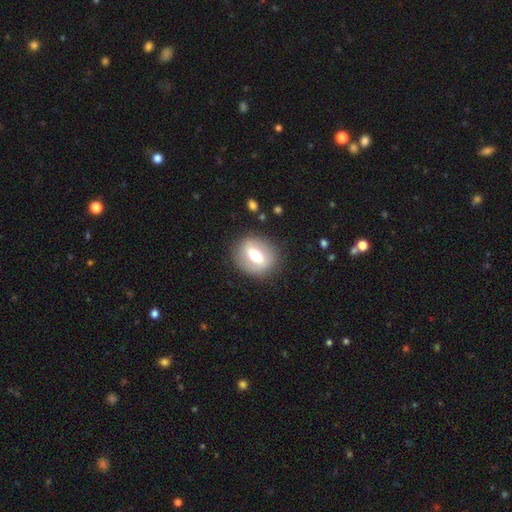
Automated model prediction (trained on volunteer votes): smooth-or-featured: smooth: 48% | featured or disk: 45% | star or artifact: 7%
  merging: none: 85% | minor disturbance: 10% | major disturbance: 4% | merger: 1%